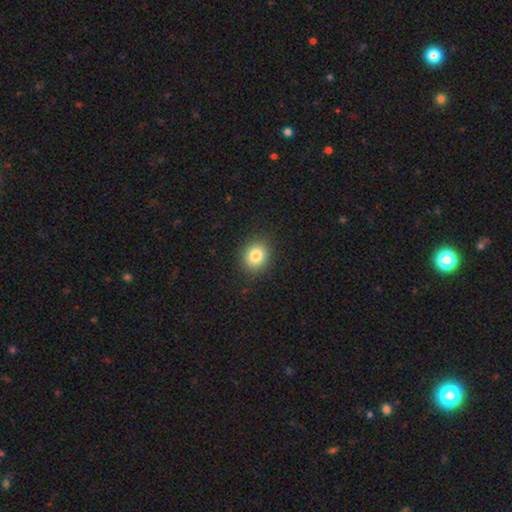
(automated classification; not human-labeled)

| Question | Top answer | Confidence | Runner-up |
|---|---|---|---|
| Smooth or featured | smooth | 83% | star or artifact (10%) |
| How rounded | round | 65% | in between (34%) |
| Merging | none | 89% | minor disturbance (8%) |